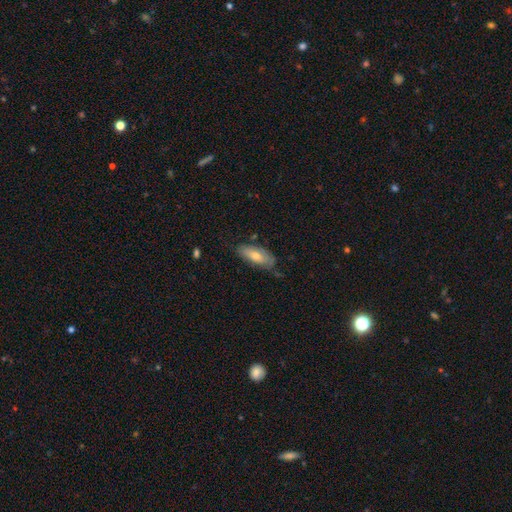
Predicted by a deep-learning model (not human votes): Smooth or featured? Predicted: smooth (p=0.72). How rounded? Predicted: in between (p=0.78). Merging? Predicted: none (p=0.65).